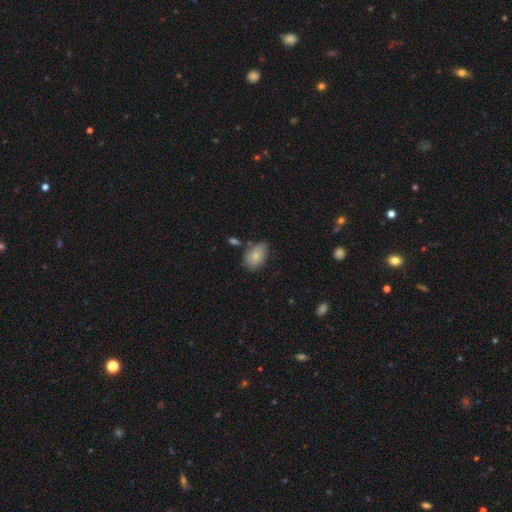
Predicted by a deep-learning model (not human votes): Q: Smooth or featured?
A: smooth (78%); runner-up: featured or disk (14%)
Q: How rounded?
A: in between (82%); runner-up: round (17%)
Q: Merging?
A: none (61%); runner-up: minor disturbance (26%)